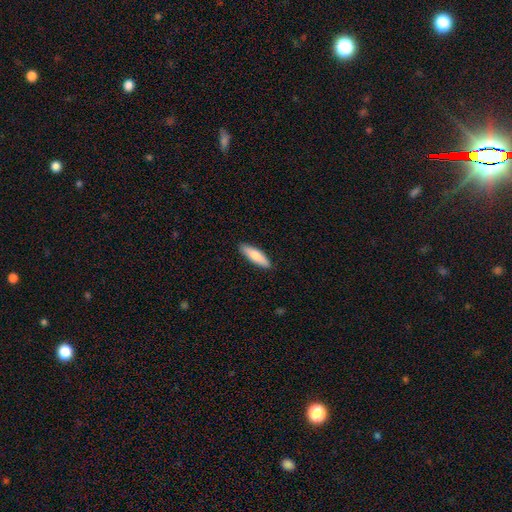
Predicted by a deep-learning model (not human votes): smooth-or-featured: smooth: 80% | featured or disk: 15% | star or artifact: 5%
  how-rounded: cigar-shaped: 59% | in between: 40% | round: 2%
  merging: none: 90% | minor disturbance: 8% | major disturbance: 2% | merger: 1%